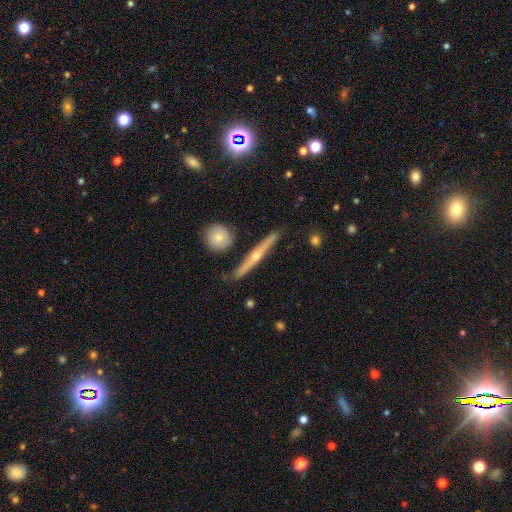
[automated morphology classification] Smooth or featured?
  - featured or disk: 75% *
  - smooth: 19%
  - star or artifact: 6%
Edge-on disk?
  - yes: 96% *
  - no: 4%
Edge-on bulge?
  - rounded: 86% *
  - none: 12%
  - boxy: 3%
Merging?
  - none: 86% *
  - minor disturbance: 10%
  - merger: 2%
  - major disturbance: 2%